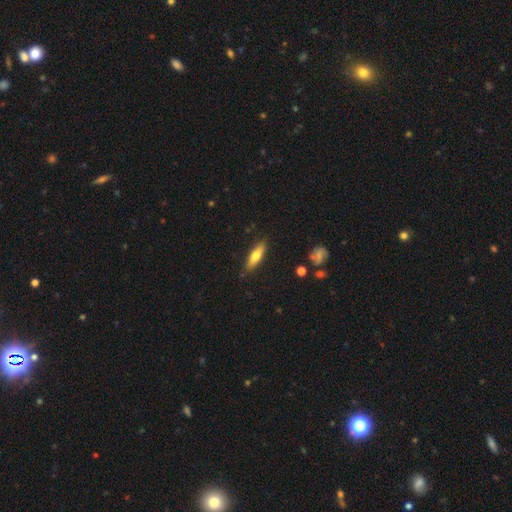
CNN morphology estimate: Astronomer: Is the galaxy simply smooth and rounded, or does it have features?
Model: smooth — 63%.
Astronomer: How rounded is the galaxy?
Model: cigar-shaped — 64%.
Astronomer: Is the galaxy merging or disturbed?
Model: none — 86%.